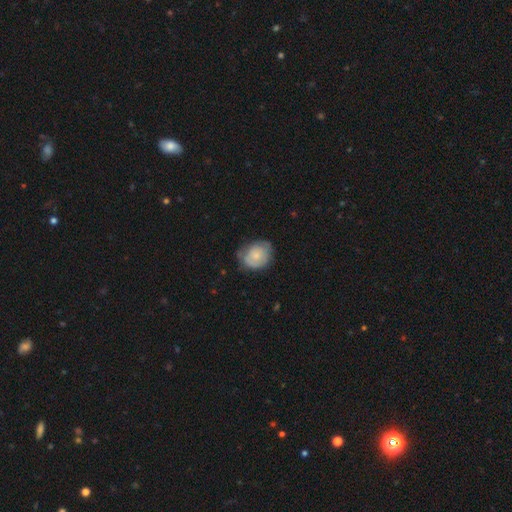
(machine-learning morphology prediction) smooth 60%, featured or disk 34%, star or artifact 7%. Down the decision tree: how rounded — round (62%); merging — none (54%).